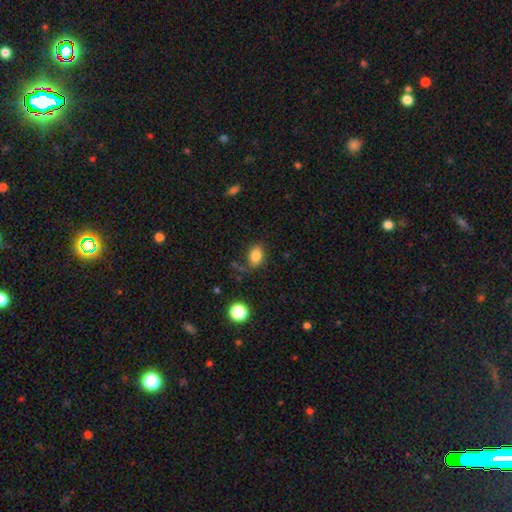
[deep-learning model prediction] The model was most divided on "merging": none: 69%, minor disturbance: 18%, major disturbance: 8%, merger: 5%. More confident: smooth or featured — smooth (82%); how rounded — in between (81%).